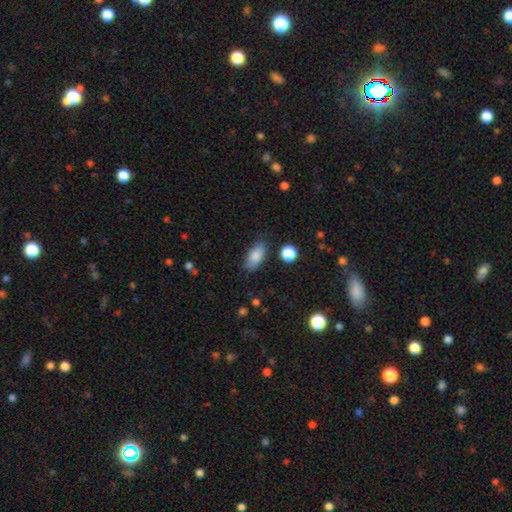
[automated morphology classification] Smooth or featured?
  - smooth: 86% *
  - star or artifact: 7%
  - featured or disk: 7%
How rounded?
  - in between: 89% *
  - cigar-shaped: 7%
  - round: 4%
Merging?
  - none: 81% *
  - minor disturbance: 13%
  - major disturbance: 3%
  - merger: 2%